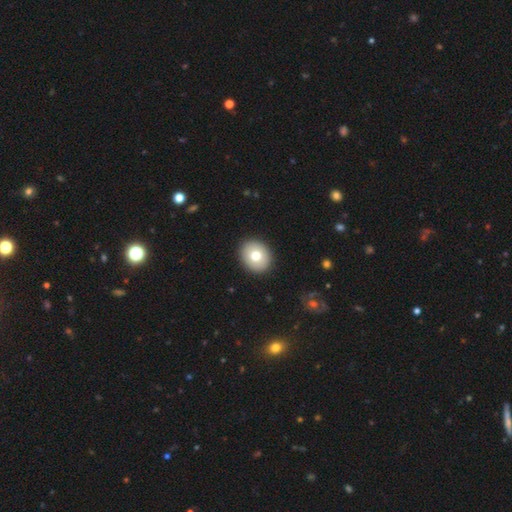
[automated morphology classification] Smooth or featured? Predicted: smooth (p=0.75). How rounded? Predicted: round (p=0.68). Merging? Predicted: none (p=0.91).